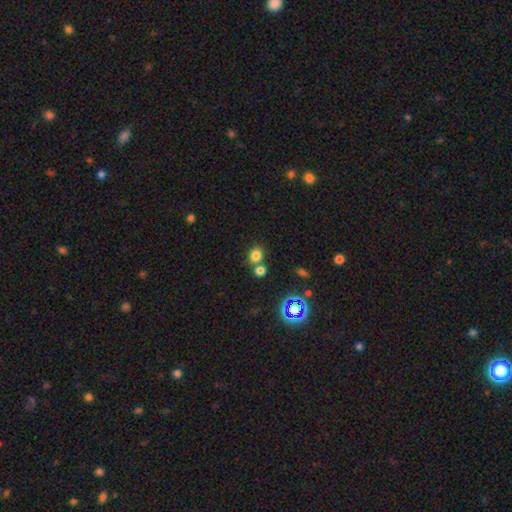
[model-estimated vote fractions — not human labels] Smooth or featured? smooth (76%)
How rounded? round (71%)
Merging? none (61%)